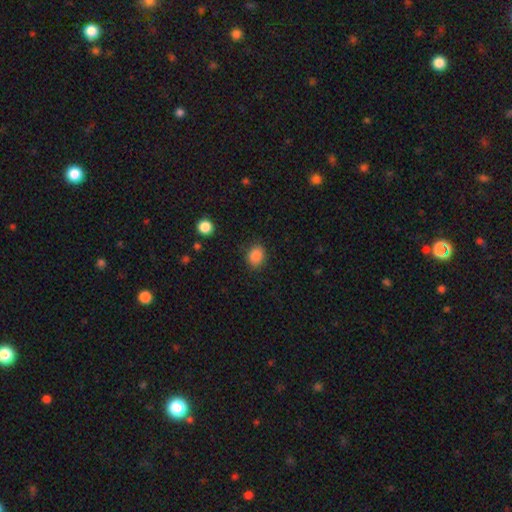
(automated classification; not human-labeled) This appears to be a smooth galaxy with no disk features (87%) that is round (52%). Merging: none (83%).